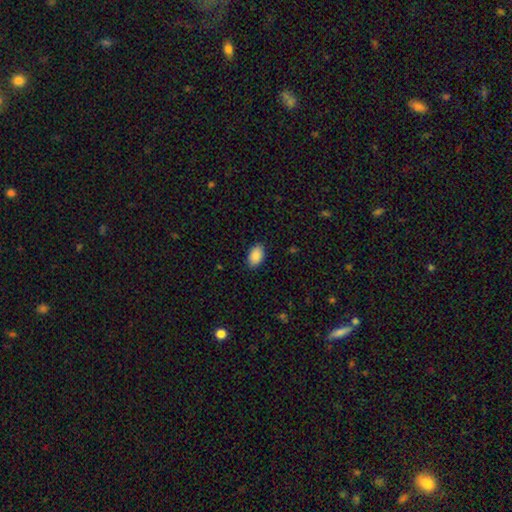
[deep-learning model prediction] A smooth galaxy with no disk features (89%) that is in between round and cigar-shaped (91%). Merging: none (87%).